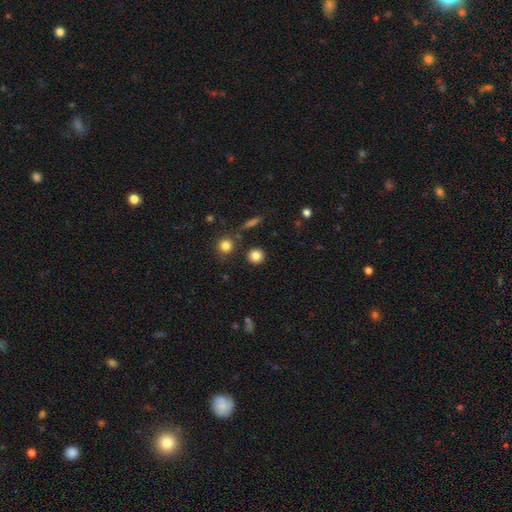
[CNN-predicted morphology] A smooth galaxy with no disk features (84%) that is round (92%).

Vote fractions:
- Smooth or featured? smooth: 84% / star or artifact: 10% / featured or disk: 5%
- How rounded? round: 92% / in between: 7% / cigar-shaped: 1%
- Merging? none: 87% / minor disturbance: 7% / merger: 4% / major disturbance: 2%